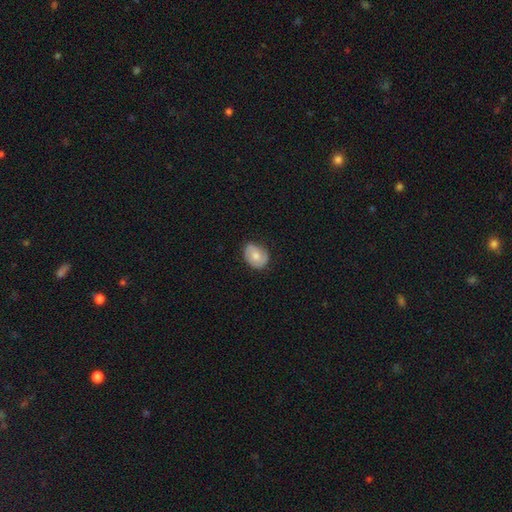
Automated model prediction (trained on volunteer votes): Morphology: type=smooth (64%); roundness=in between (57%); merging=none (75%).